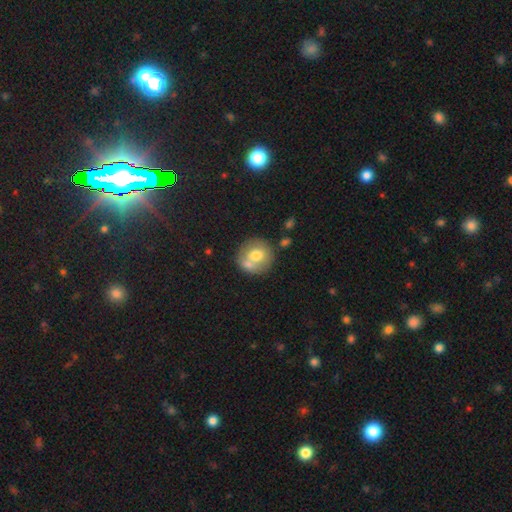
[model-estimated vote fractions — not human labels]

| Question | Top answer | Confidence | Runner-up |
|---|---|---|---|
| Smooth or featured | smooth | 67% | featured or disk (25%) |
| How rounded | round | 88% | in between (11%) |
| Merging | none | 54% | merger (30%) |